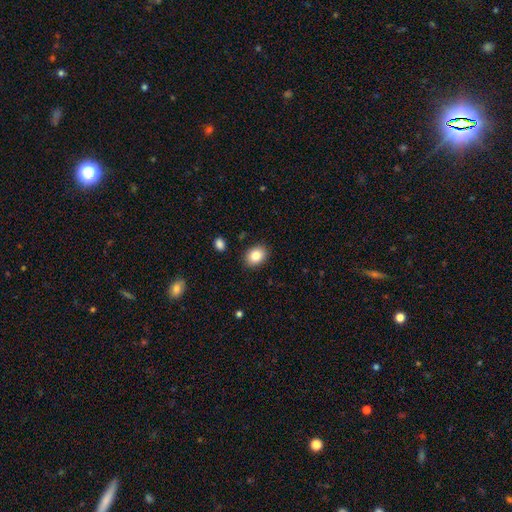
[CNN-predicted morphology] Smooth or featured?
  - smooth: 84% *
  - star or artifact: 8%
  - featured or disk: 7%
How rounded?
  - in between: 60% *
  - round: 39%
  - cigar-shaped: 1%
Merging?
  - none: 88% *
  - minor disturbance: 8%
  - major disturbance: 2%
  - merger: 1%